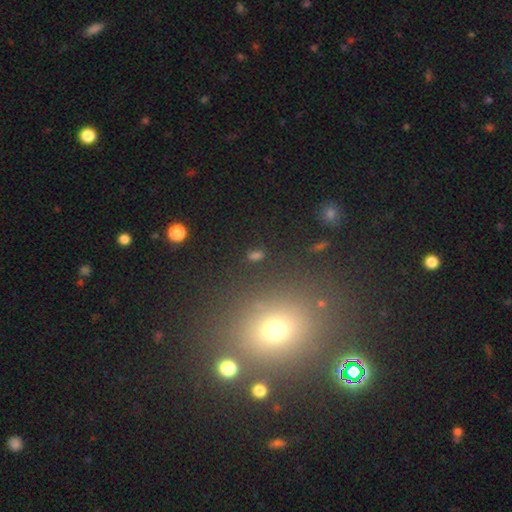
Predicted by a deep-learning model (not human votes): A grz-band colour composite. It shows a smooth galaxy with no disk features (57%) that is round (55%). Merging: none (82%).